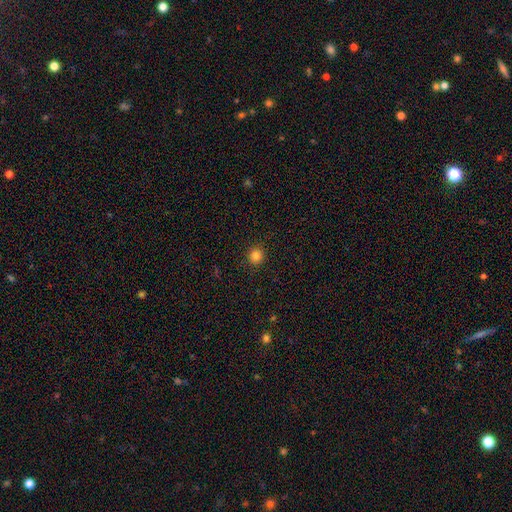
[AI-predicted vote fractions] Smooth or featured?
  - smooth: 83% *
  - star or artifact: 13%
  - featured or disk: 4%
How rounded?
  - round: 91% *
  - in between: 8%
  - cigar-shaped: 1%
Merging?
  - none: 92% *
  - minor disturbance: 6%
  - major disturbance: 2%
  - merger: 1%